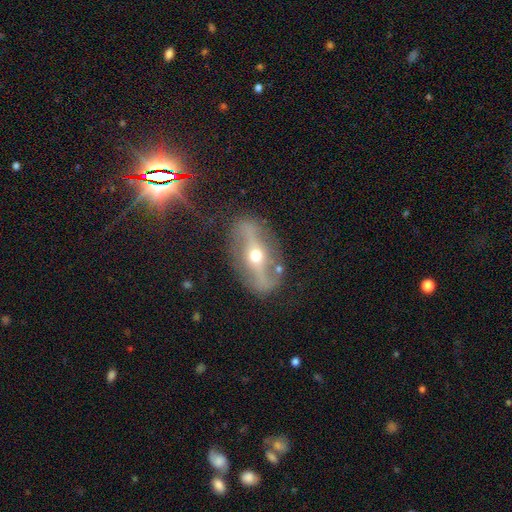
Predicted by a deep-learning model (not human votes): featured or disk 80%, smooth 14%, star or artifact 6%. Down the decision tree: edge-on disk — no (66%); bar — strong (73%); spiral arms — no (57%); bulge size — moderate (75%); merging — none (81%).